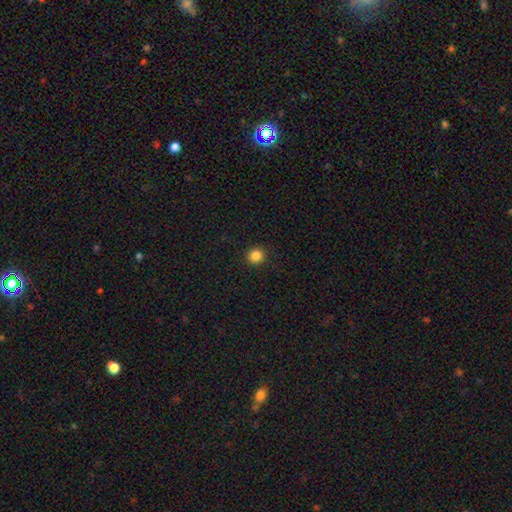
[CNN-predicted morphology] smooth_or_featured: smooth (p=0.85) [alt: star or artifact p=0.11]
how_rounded: round (p=0.93) [alt: in between p=0.06]
merging: none (p=0.93) [alt: minor disturbance p=0.05]